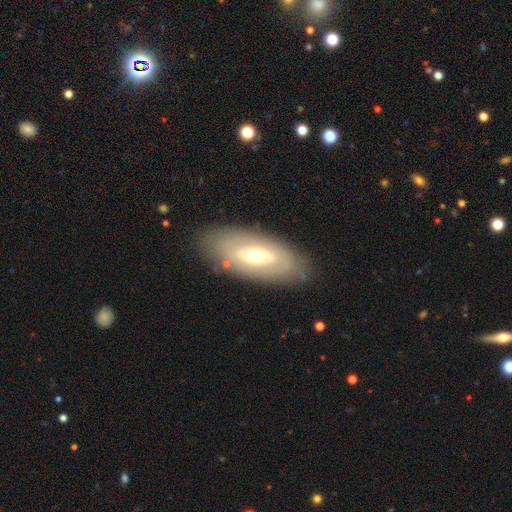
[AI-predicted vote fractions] Smooth or featured? Predicted: featured or disk (p=0.56). Edge-on disk? Predicted: no (p=0.84). Merging? Predicted: none (p=0.83).